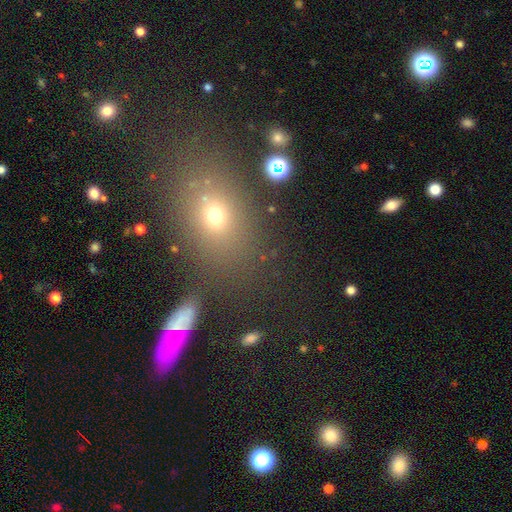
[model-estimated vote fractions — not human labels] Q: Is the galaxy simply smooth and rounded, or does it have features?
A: smooth — 58%.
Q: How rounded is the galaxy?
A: in between — 62%.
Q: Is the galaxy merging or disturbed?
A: none — 76%.